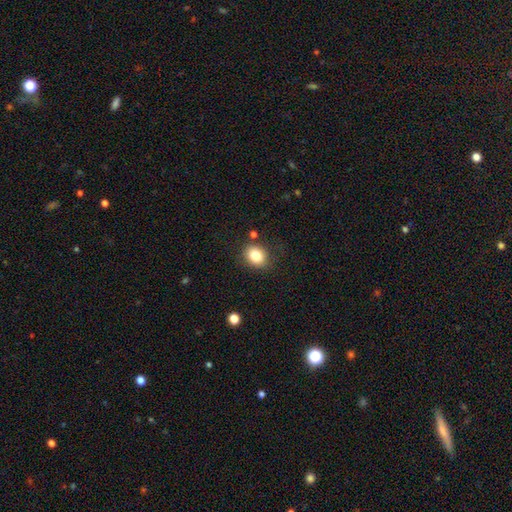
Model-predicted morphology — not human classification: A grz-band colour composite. It shows a smooth galaxy with no disk features (82%) that is round (60%). Merging: none (83%).